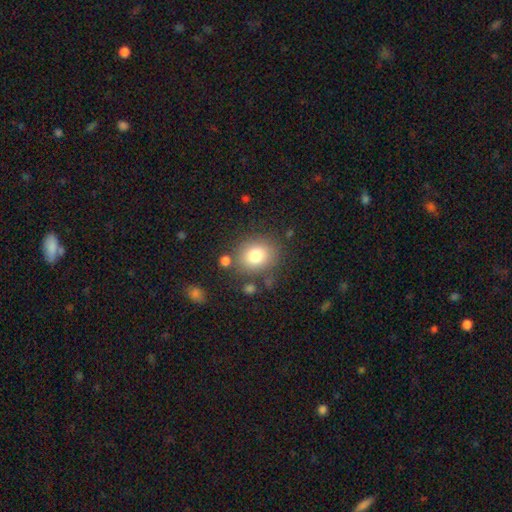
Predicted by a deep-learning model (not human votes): Q: Smooth or featured?
A: smooth (79%); runner-up: star or artifact (10%)
Q: How rounded?
A: round (66%); runner-up: in between (34%)
Q: Merging?
A: none (77%); runner-up: minor disturbance (12%)